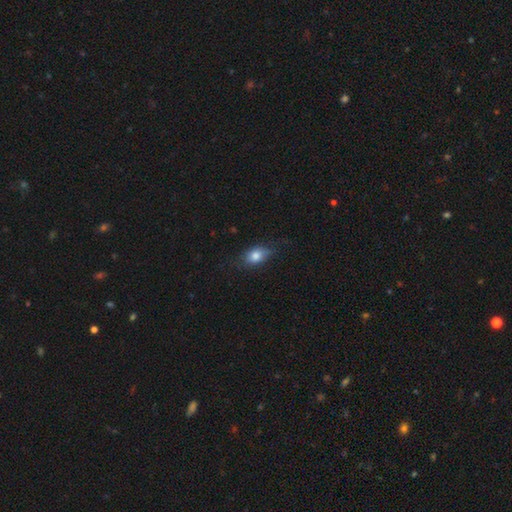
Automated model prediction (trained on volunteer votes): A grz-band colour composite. It shows a smooth galaxy with no disk features (80%) that is in between round and cigar-shaped (81%). Merging: none (68%).